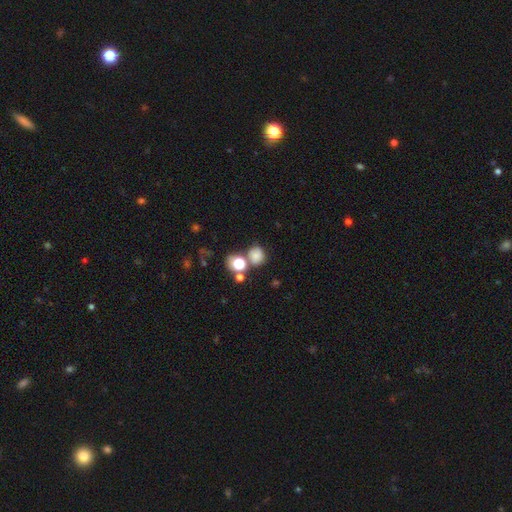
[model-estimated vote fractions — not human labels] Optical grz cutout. It shows a smooth galaxy with no disk features (74%) that is round (79%). Merging: none (59%).